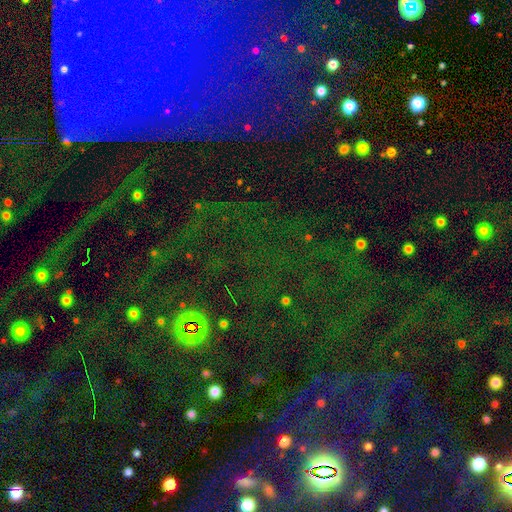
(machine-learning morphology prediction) star or artifact 78%, smooth 11%, featured or disk 11%.